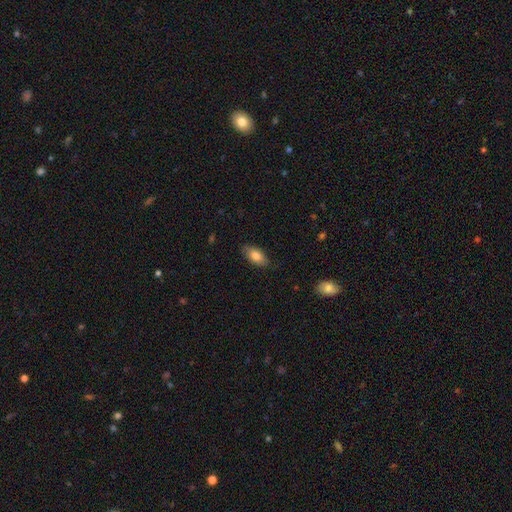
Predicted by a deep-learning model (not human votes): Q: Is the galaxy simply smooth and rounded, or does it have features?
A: smooth — 80%.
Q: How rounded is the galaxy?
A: in between — 91%.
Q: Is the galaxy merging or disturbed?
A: none — 83%.